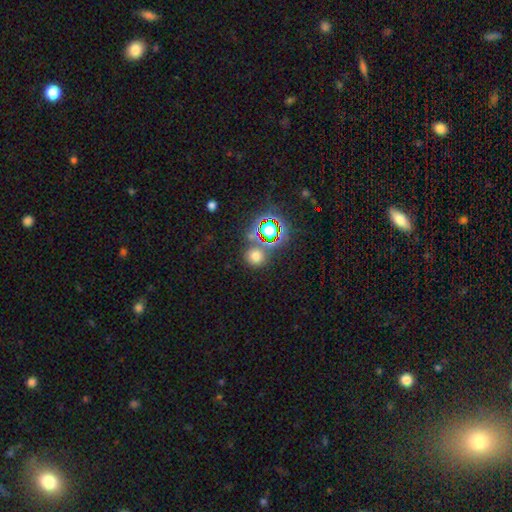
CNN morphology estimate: smooth 62%, star or artifact 30%, featured or disk 7%. Down the decision tree: how rounded — round (86%); merging — none (74%).